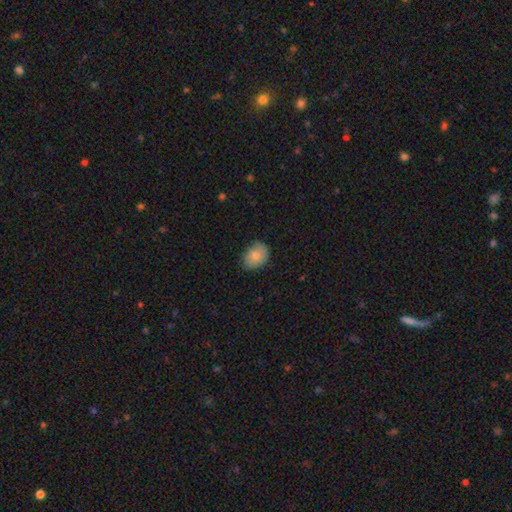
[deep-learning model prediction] Smooth or featured: smooth — 83% (featured or disk — 9%)
How rounded: in between — 61% (round — 38%)
Merging: none — 75% (minor disturbance — 21%)